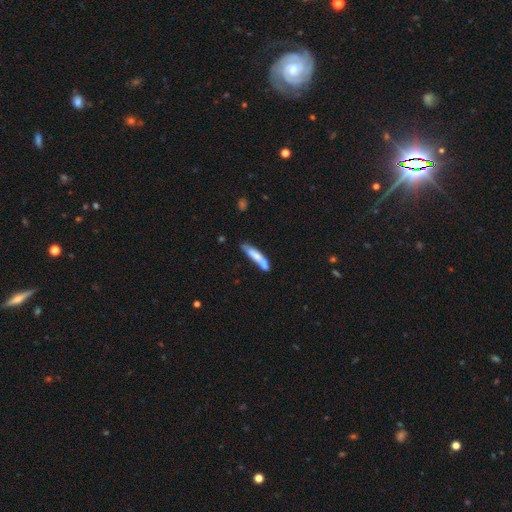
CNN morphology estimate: smooth 64%, featured or disk 30%, star or artifact 6%. Down the decision tree: how rounded — cigar-shaped (83%); merging — none (49%).